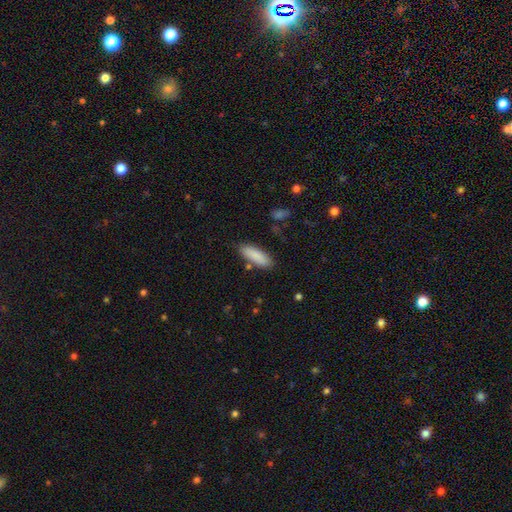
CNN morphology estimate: Smooth or featured: smooth — 88% (featured or disk — 6%)
How rounded: in between — 56% (cigar-shaped — 43%)
Merging: none — 82% (minor disturbance — 12%)